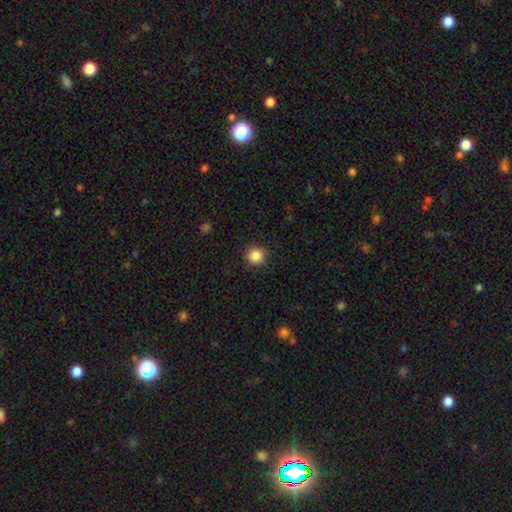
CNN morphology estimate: Smooth or featured? smooth (87%)
How rounded? round (94%)
Merging? none (90%)